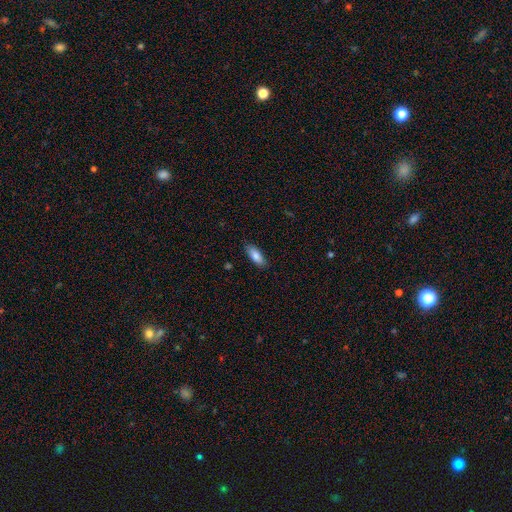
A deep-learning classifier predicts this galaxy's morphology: A smooth galaxy with no disk features (84%) that is in between round and cigar-shaped (76%).

Vote fractions:
- Smooth or featured? smooth: 84% / featured or disk: 10% / star or artifact: 6%
- How rounded? in between: 76% / cigar-shaped: 22% / round: 2%
- Merging? none: 85% / minor disturbance: 11% / major disturbance: 2% / merger: 1%